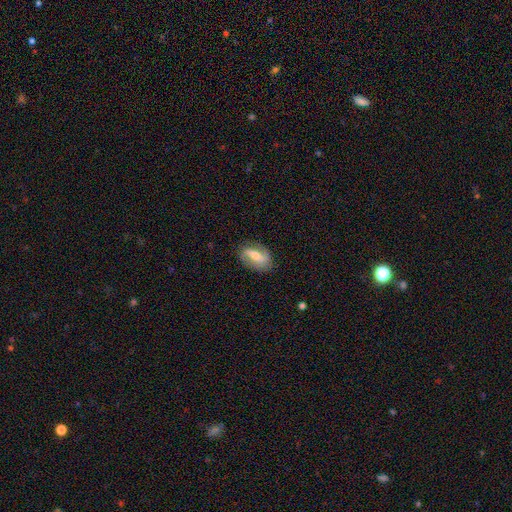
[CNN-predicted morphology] Q: Smooth or featured?
A: featured or disk (69%); runner-up: smooth (25%)
Q: Edge-on disk?
A: no (94%); runner-up: yes (6%)
Q: Bar?
A: strong (42%); runner-up: weak (37%)
Q: Spiral arms?
A: yes (86%); runner-up: no (14%)
Q: Spiral winding?
A: loose (52%); runner-up: medium (32%)
Q: Spiral arm count?
A: 2 (85%); runner-up: 1 (6%)
Q: Bulge size?
A: moderate (53%); runner-up: small (36%)
Q: Merging?
A: none (78%); runner-up: minor disturbance (15%)